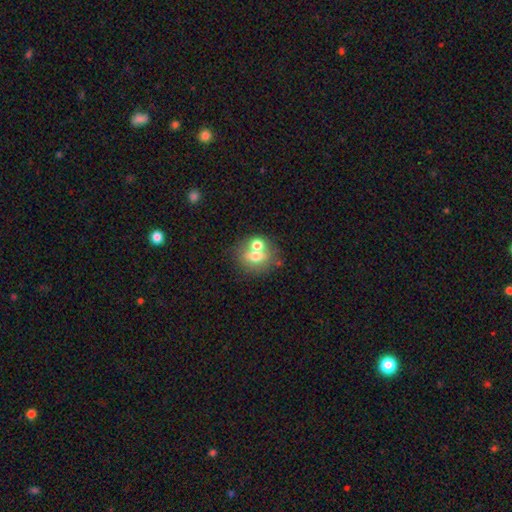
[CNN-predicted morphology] Overall: smooth (64%; featured or disk 24%). How rounded: round (62%; in between 37%). Merging: merger (43%, tied with none).